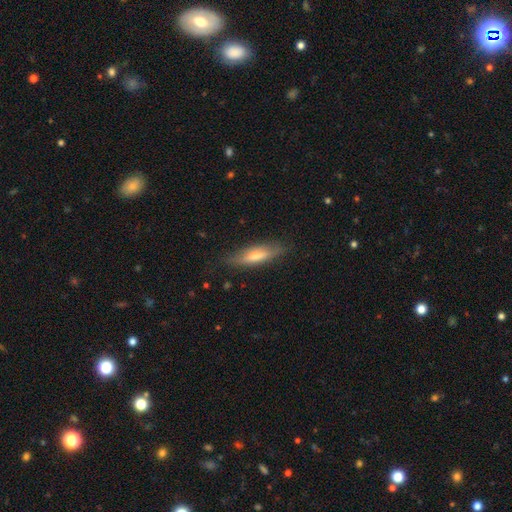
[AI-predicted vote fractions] This appears to be a smooth galaxy with no disk features (59%) that is cigar-shaped (67%). Merging: none (81%).